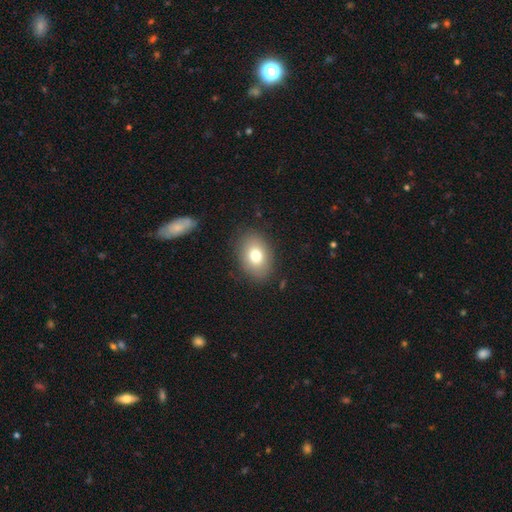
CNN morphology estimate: smooth_or_featured: smooth (p=0.76) [alt: featured or disk p=0.15]
how_rounded: in between (p=0.77) [alt: round p=0.22]
merging: none (p=0.85) [alt: minor disturbance p=0.10]